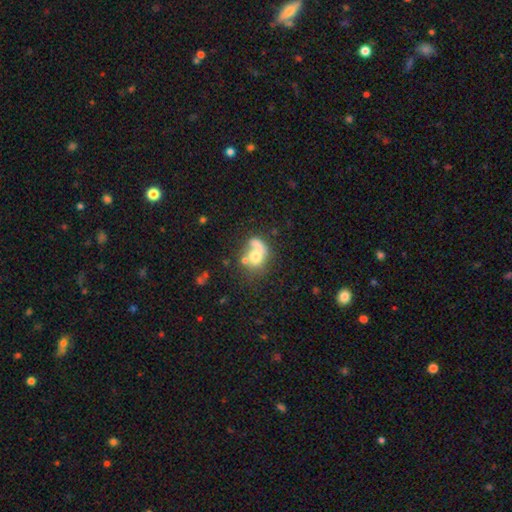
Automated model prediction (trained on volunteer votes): A smooth galaxy with no disk features (58%) that is round (50%).

Vote fractions:
- Smooth or featured? smooth: 58% / featured or disk: 31% / star or artifact: 11%
- How rounded? round: 50% / in between: 49% / cigar-shaped: 2%
- Merging? merger: 40% / none: 25% / major disturbance: 21% / minor disturbance: 14%